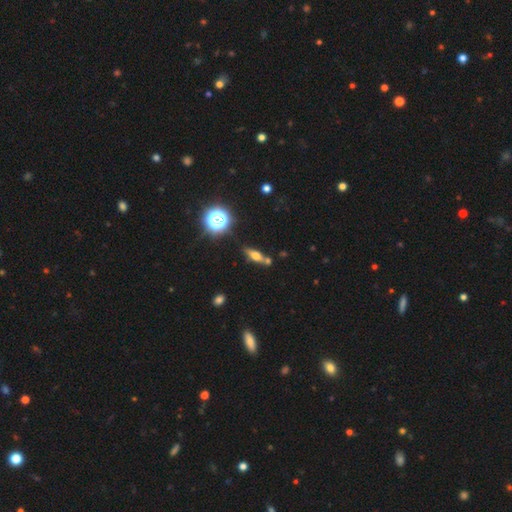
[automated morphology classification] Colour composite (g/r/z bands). It shows a smooth galaxy with no disk features (45%). Merging: none (67%).